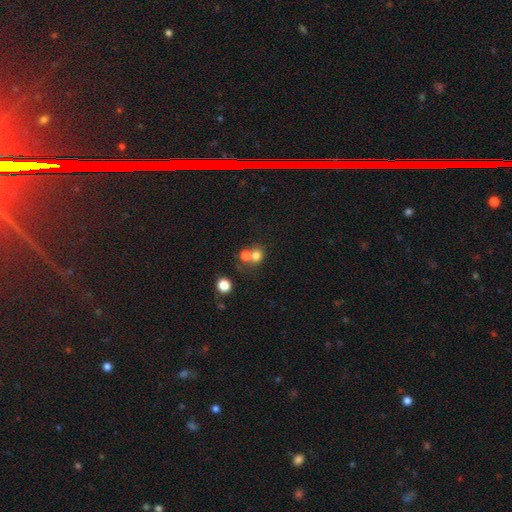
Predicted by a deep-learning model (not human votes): Smooth or featured?
  - smooth: 75% *
  - star or artifact: 13%
  - featured or disk: 12%
How rounded?
  - round: 75% *
  - in between: 24%
  - cigar-shaped: 1%
Merging?
  - merger: 51% *
  - none: 38%
  - minor disturbance: 7%
  - major disturbance: 4%